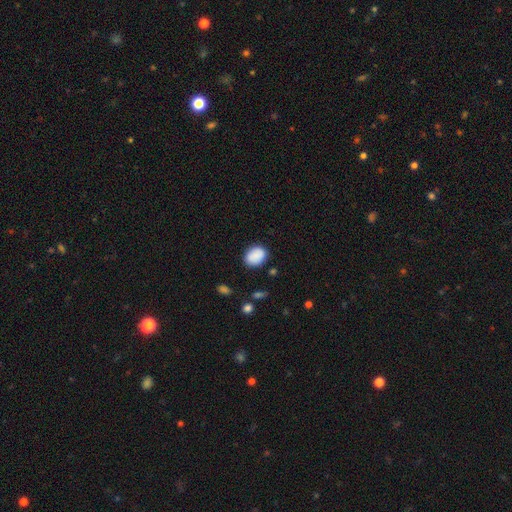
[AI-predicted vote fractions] smooth-or-featured: smooth: 88% | star or artifact: 7% | featured or disk: 5%
  how-rounded: in between: 60% | round: 39% | cigar-shaped: 1%
  merging: none: 81% | minor disturbance: 13% | major disturbance: 3% | merger: 2%